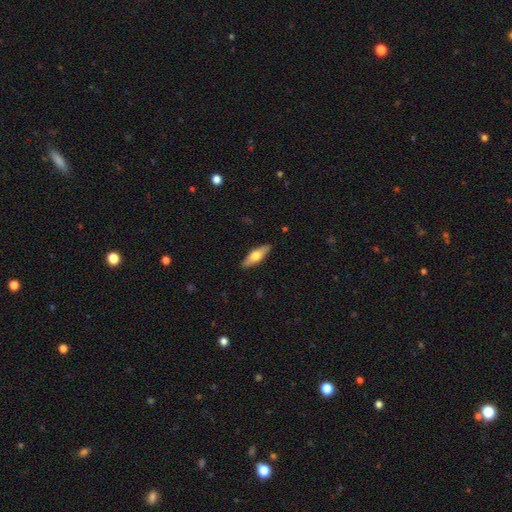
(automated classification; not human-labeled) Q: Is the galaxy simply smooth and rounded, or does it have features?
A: smooth — 51%.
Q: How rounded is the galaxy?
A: in between — 50%.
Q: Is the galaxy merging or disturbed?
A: none — 89%.